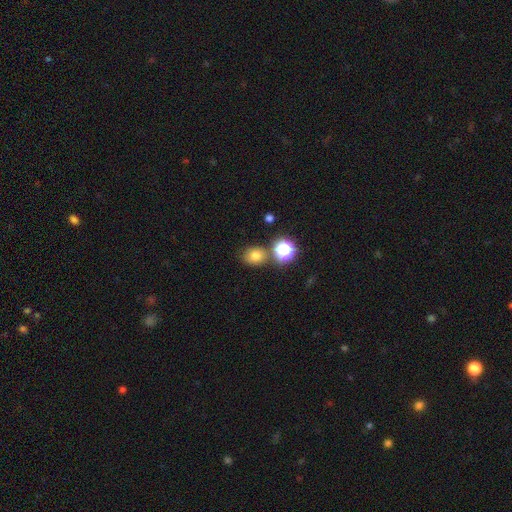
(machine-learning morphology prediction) Smooth or featured?
  - smooth: 73% *
  - star or artifact: 19%
  - featured or disk: 9%
How rounded?
  - round: 64% *
  - in between: 35%
  - cigar-shaped: 1%
Merging?
  - none: 74% *
  - merger: 11%
  - minor disturbance: 11%
  - major disturbance: 3%